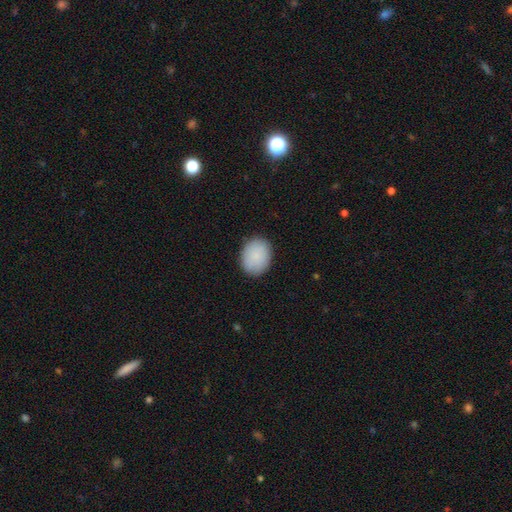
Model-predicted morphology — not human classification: Smooth or featured: smooth — 89% (star or artifact — 6%)
How rounded: in between — 58% (round — 41%)
Merging: none — 87% (minor disturbance — 10%)